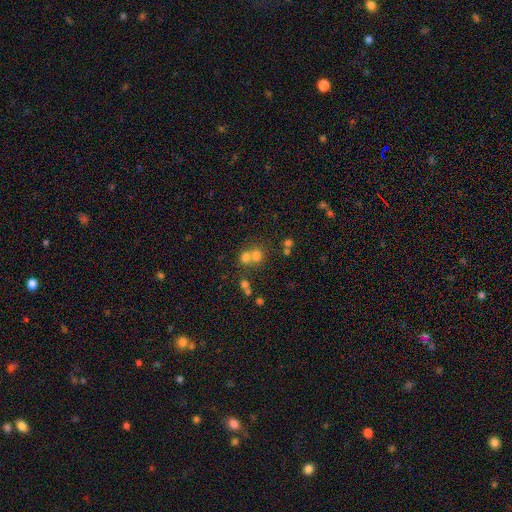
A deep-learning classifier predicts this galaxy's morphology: type=smooth (67%); roundness=round (82%); merging=merger (51%).